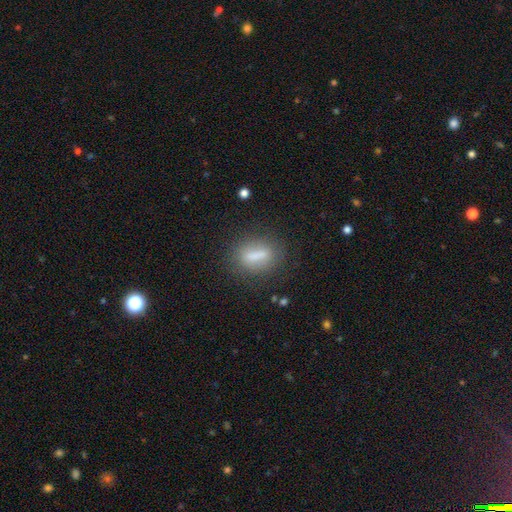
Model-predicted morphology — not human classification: A smooth galaxy with no disk features (65%) that is in between round and cigar-shaped (45%).

Vote fractions:
- Smooth or featured? smooth: 65% / featured or disk: 25% / star or artifact: 10%
- How rounded? in between: 45% / cigar-shaped: 43% / round: 12%
- Merging? none: 78% / minor disturbance: 12% / major disturbance: 6% / merger: 4%